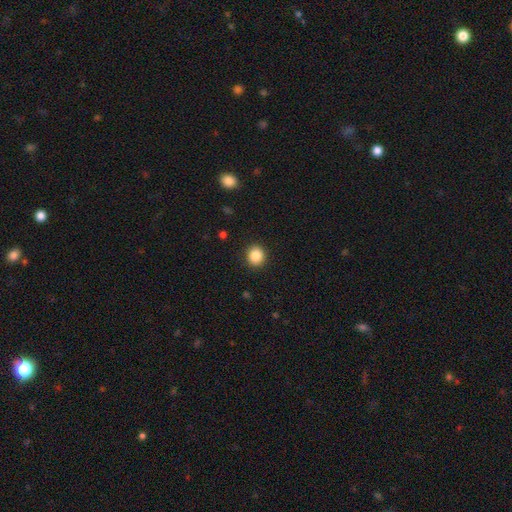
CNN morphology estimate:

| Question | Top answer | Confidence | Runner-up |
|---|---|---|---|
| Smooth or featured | smooth | 87% | star or artifact (9%) |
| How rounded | round | 85% | in between (15%) |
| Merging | none | 92% | minor disturbance (5%) |